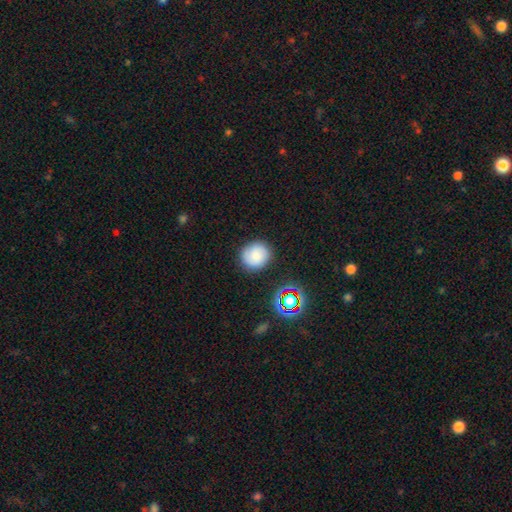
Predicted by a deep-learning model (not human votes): smooth_or_featured: smooth (p=0.78) [alt: star or artifact p=0.11]
how_rounded: round (p=0.87) [alt: in between p=0.12]
merging: none (p=0.85) [alt: minor disturbance p=0.10]